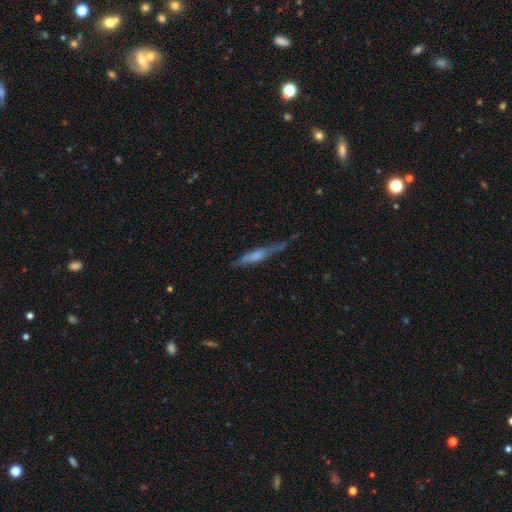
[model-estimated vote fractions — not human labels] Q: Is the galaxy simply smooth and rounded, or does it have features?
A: featured or disk — 49%.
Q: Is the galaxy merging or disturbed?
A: none — 57%.